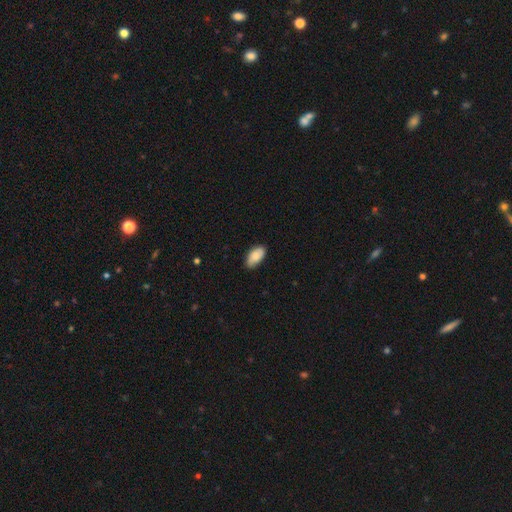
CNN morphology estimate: Smooth or featured?
  - smooth: 82% *
  - featured or disk: 12%
  - star or artifact: 6%
How rounded?
  - in between: 95% *
  - round: 3%
  - cigar-shaped: 3%
Merging?
  - none: 80% *
  - minor disturbance: 17%
  - major disturbance: 2%
  - merger: 1%